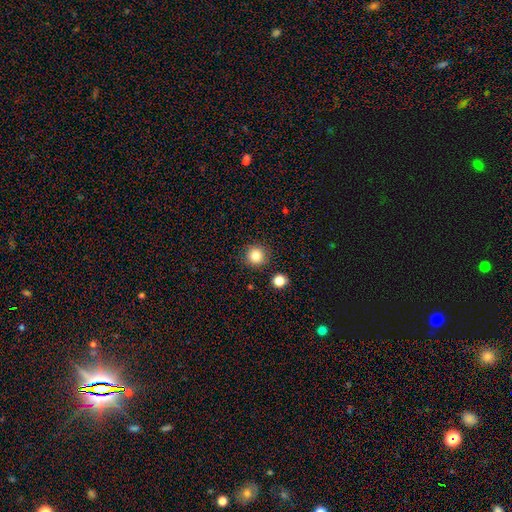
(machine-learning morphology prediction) smooth-or-featured: smooth: 83% | star or artifact: 11% | featured or disk: 6%
  how-rounded: round: 94% | in between: 5% | cigar-shaped: 1%
  merging: none: 89% | minor disturbance: 6% | merger: 3% | major disturbance: 2%